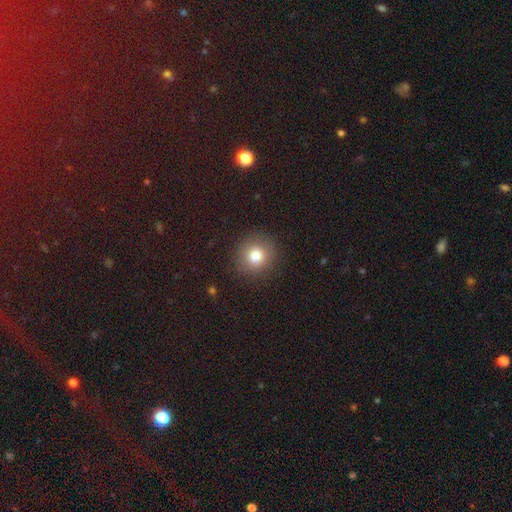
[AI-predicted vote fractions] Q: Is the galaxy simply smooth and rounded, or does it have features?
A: smooth — 78%.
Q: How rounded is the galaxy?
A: round — 92%.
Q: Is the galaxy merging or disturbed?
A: none — 88%.